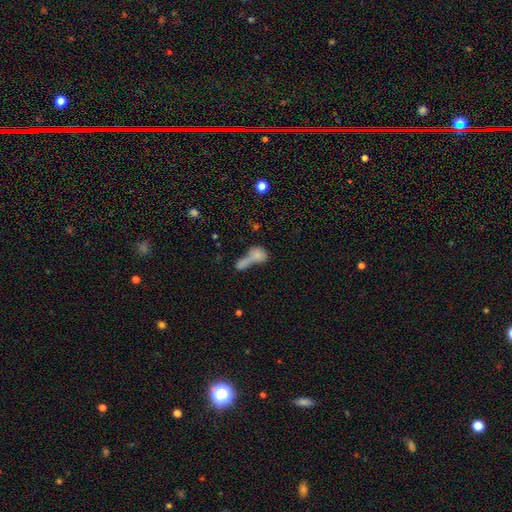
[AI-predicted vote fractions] The model was most divided on "how rounded": in between: 58%, round: 28%, cigar-shaped: 14%. More confident: smooth or featured — smooth (73%); merging — merger (65%).